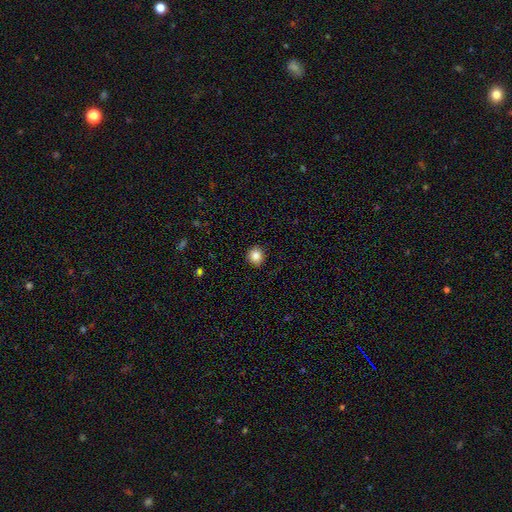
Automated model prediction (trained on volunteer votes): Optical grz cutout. It shows a smooth galaxy with no disk features (84%) that is round (91%). Merging: none (91%).